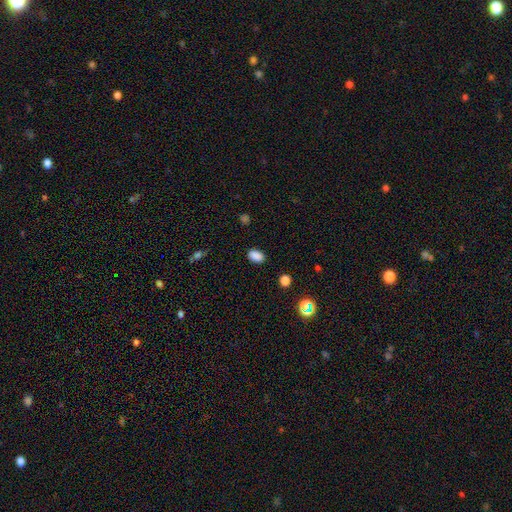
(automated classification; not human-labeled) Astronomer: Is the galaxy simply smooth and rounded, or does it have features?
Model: smooth — 87%.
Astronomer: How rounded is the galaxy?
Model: in between — 86%.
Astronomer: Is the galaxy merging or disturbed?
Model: none — 86%.